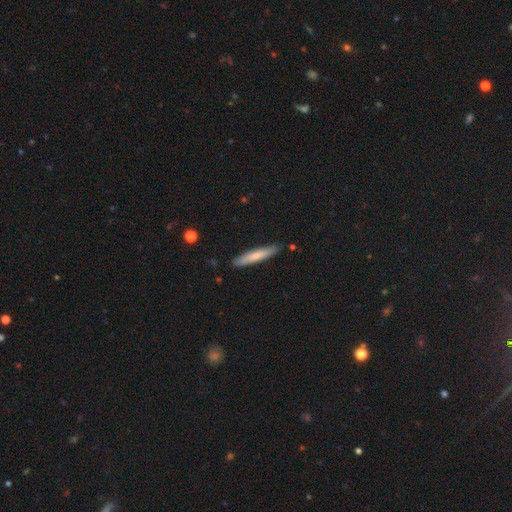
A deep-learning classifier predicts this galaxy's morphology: Smooth or featured? smooth (70%)
How rounded? cigar-shaped (93%)
Merging? none (87%)